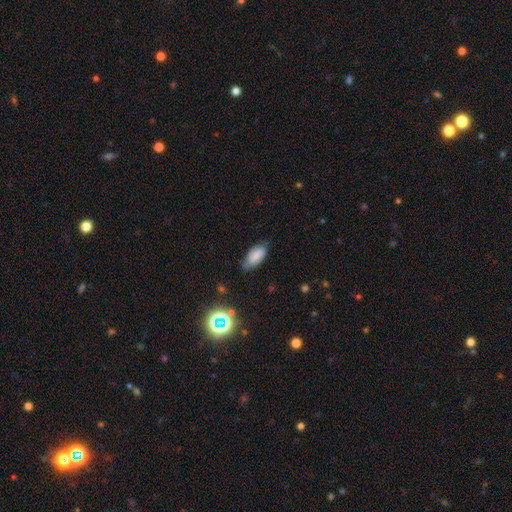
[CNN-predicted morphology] A smooth galaxy with no disk features (77%) that is in between round and cigar-shaped (89%).

Vote fractions:
- Smooth or featured? smooth: 77% / featured or disk: 13% / star or artifact: 10%
- How rounded? in between: 89% / cigar-shaped: 8% / round: 3%
- Merging? none: 67% / minor disturbance: 27% / major disturbance: 5% / merger: 2%